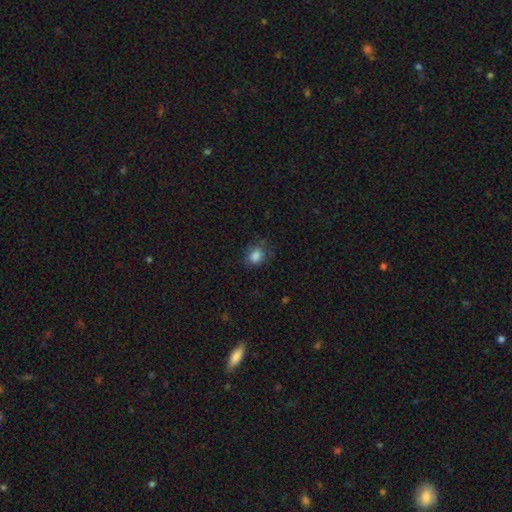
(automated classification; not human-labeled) This appears to be a smooth galaxy with no disk features (84%) that is round (56%). Merging: none (71%).